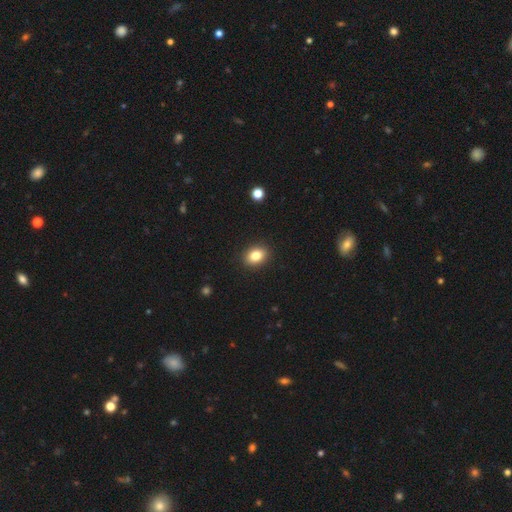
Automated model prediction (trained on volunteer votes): Smooth or featured? smooth (83%)
How rounded? in between (68%)
Merging? none (90%)